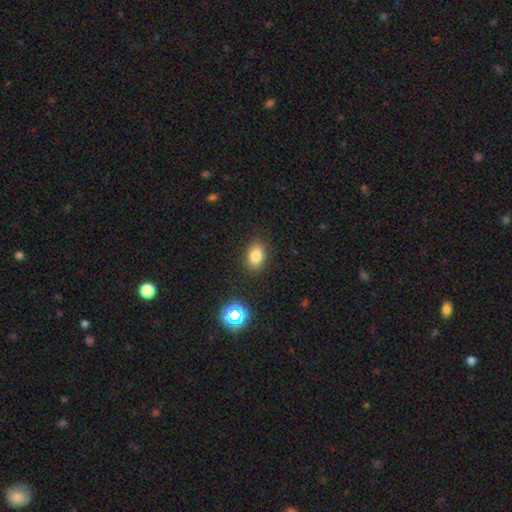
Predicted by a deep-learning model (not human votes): A smooth galaxy with no disk features (81%) that is in between round and cigar-shaped (81%). Merging: none (87%).